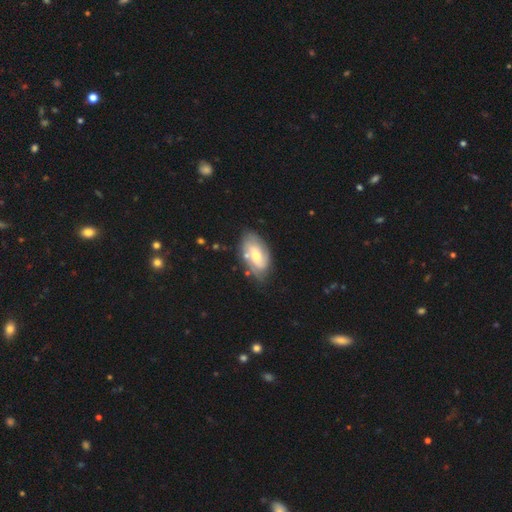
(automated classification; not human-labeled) Smooth or featured? Predicted: featured or disk (p=0.67). Edge-on disk? Predicted: no (p=0.94). Bar? Predicted: no (p=0.52). Spiral arms? Predicted: yes (p=0.85). Spiral winding? Predicted: tight (p=0.42). Spiral arm count? Predicted: 2 (p=0.53). Bulge size? Predicted: moderate (p=0.59). Merging? Predicted: none (p=0.68).